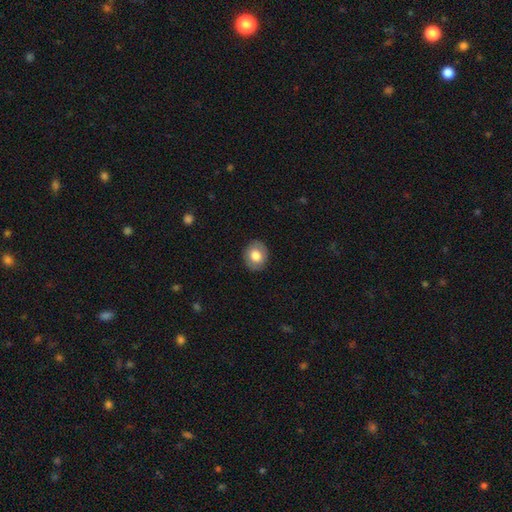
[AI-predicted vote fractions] The model was most divided on "how rounded": round: 67%, in between: 32%, cigar-shaped: 1%. More confident: merging — none (87%); smooth or featured — smooth (74%).